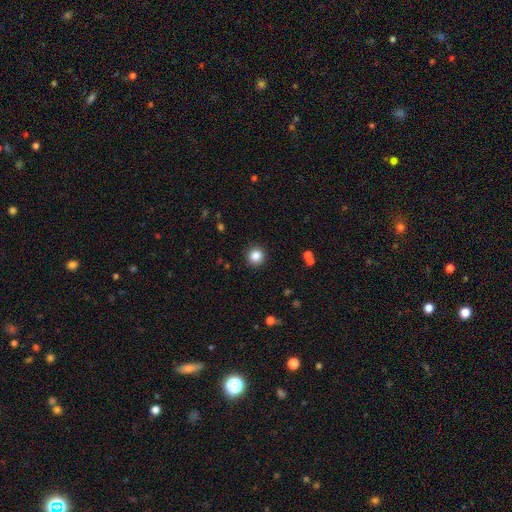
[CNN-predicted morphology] This appears to be a smooth galaxy with no disk features (85%) that is round (93%). Merging: none (91%).